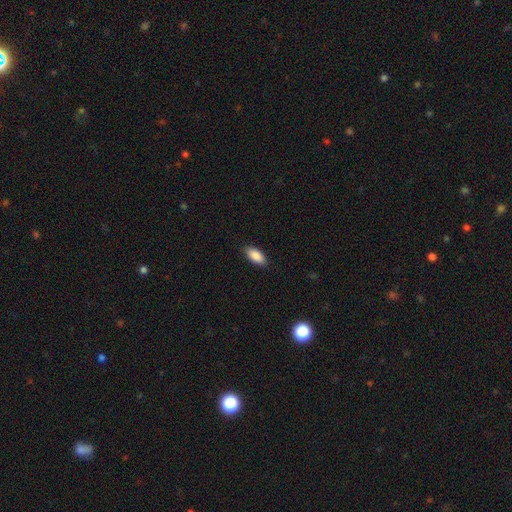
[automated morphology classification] The model was most divided on "merging": none: 87%, minor disturbance: 10%, major disturbance: 2%, merger: 1%. More confident: how rounded — in between (90%); smooth or featured — smooth (89%).